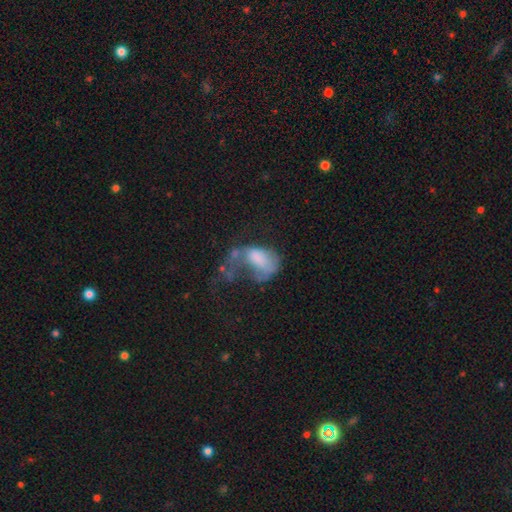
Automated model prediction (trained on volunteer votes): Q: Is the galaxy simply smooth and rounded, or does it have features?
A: featured or disk — 42%.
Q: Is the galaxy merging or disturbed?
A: major disturbance — 51%.